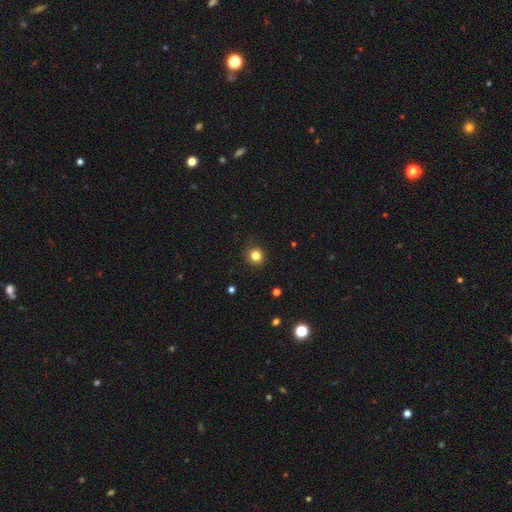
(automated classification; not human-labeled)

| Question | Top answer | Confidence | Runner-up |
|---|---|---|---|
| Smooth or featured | smooth | 82% | star or artifact (13%) |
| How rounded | round | 91% | in between (8%) |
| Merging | none | 87% | minor disturbance (10%) |